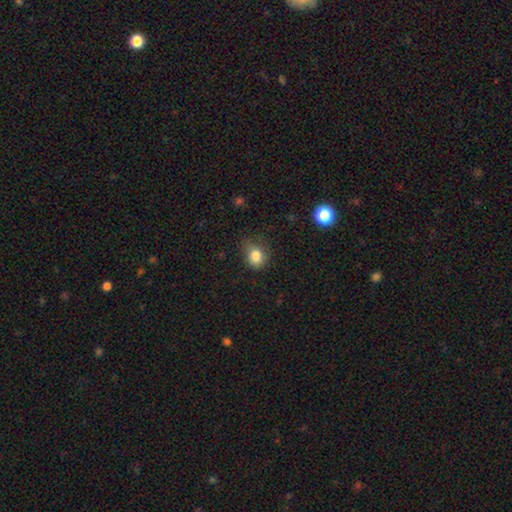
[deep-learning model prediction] Smooth or featured? smooth (83%)
How rounded? round (57%)
Merging? none (62%)